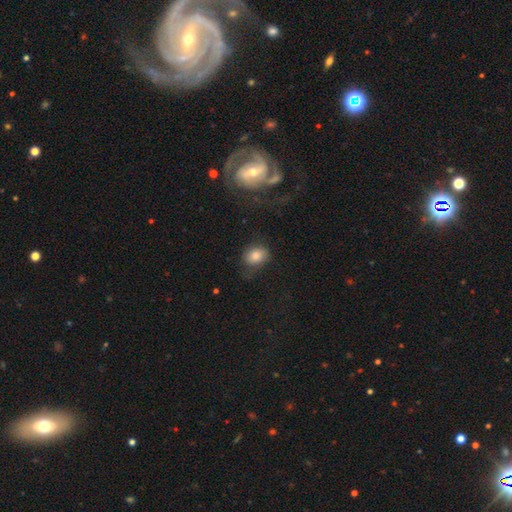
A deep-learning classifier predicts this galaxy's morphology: Overall: smooth (75%). How rounded: in between (56%; round 43%). Merging: none (65%).